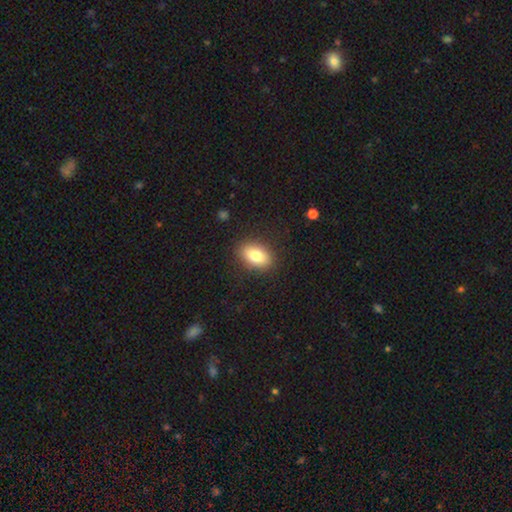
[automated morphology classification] This is clearly a smooth galaxy (83%). How rounded: clearly in between (87%). Merging: clearly none (87%).